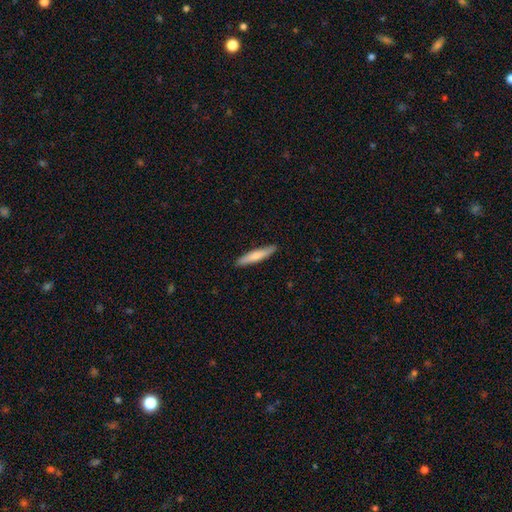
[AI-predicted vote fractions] Smooth or featured?
  - smooth: 73% *
  - featured or disk: 22%
  - star or artifact: 5%
How rounded?
  - cigar-shaped: 90% *
  - in between: 9%
  - round: 1%
Merging?
  - none: 89% *
  - minor disturbance: 9%
  - major disturbance: 2%
  - merger: 1%